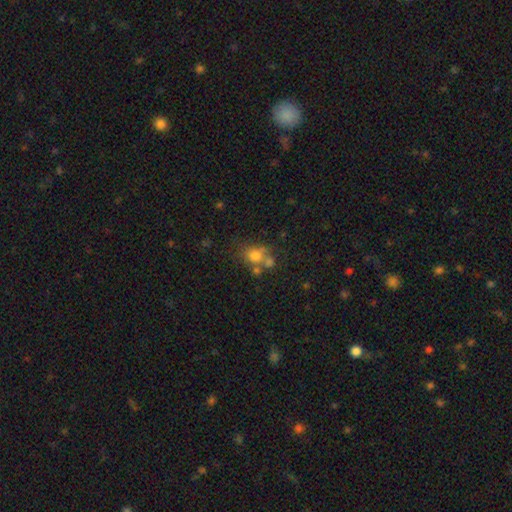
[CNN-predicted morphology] smooth 71%, featured or disk 15%, star or artifact 14%. Down the decision tree: how rounded — round (71%); merging — none (46%).